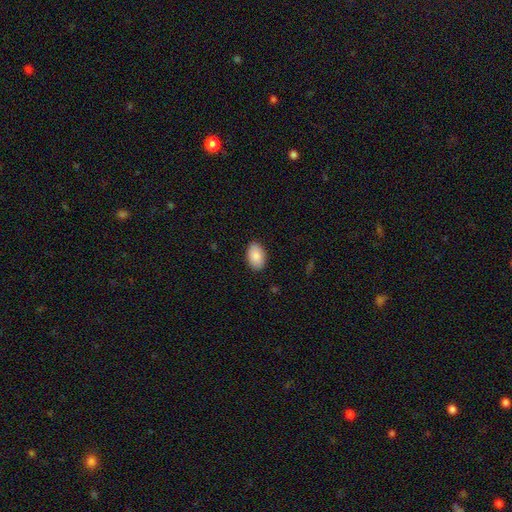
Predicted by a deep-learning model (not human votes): A smooth galaxy with no disk features (88%) that is in between round and cigar-shaped (92%).

Vote fractions:
- Smooth or featured? smooth: 88% / star or artifact: 6% / featured or disk: 6%
- How rounded? in between: 92% / round: 7% / cigar-shaped: 1%
- Merging? none: 88% / minor disturbance: 9% / major disturbance: 2% / merger: 1%